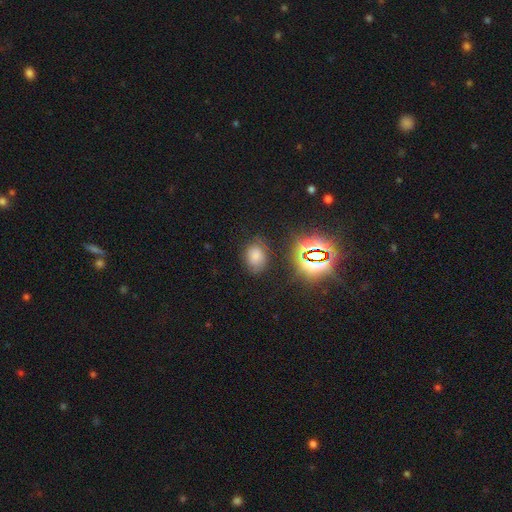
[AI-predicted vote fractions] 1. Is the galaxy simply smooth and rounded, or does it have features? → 68% smooth, 23% star or artifact, 10% featured or disk.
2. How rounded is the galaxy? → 70% in between, 29% round, 1% cigar-shaped.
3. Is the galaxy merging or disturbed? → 73% none, 18% minor disturbance, 6% major disturbance, 3% merger.